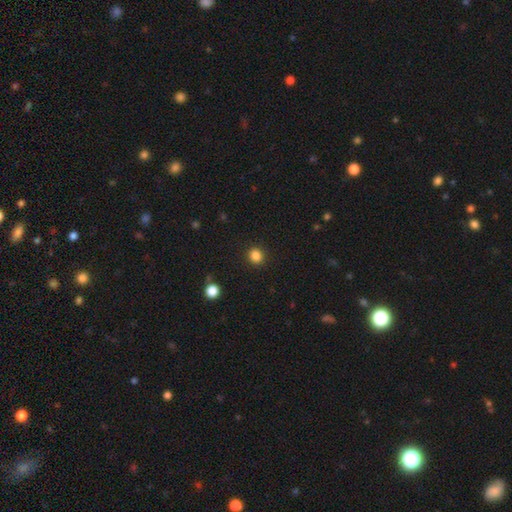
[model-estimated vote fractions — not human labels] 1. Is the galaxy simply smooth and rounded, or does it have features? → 85% smooth, 12% star or artifact, 3% featured or disk.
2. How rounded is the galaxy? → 88% round, 11% in between, 1% cigar-shaped.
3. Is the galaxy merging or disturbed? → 92% none, 5% minor disturbance, 2% major disturbance, 1% merger.